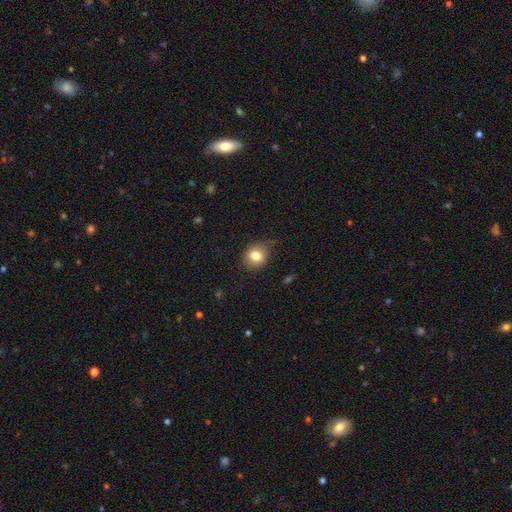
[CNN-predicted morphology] type=smooth (80%); roundness=round (72%); merging=none (62%).